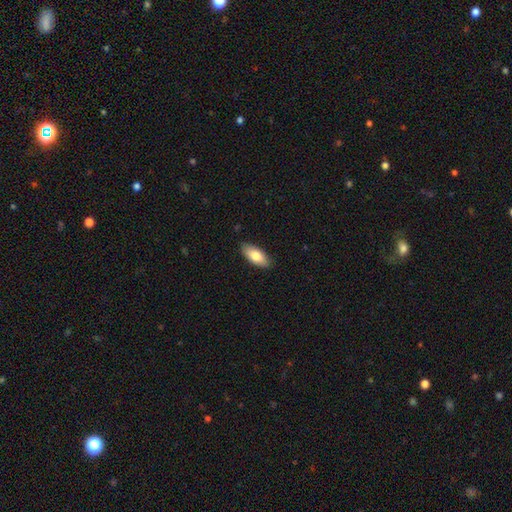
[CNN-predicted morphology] Smooth or featured?
  - smooth: 78% *
  - featured or disk: 16%
  - star or artifact: 6%
How rounded?
  - in between: 86% *
  - cigar-shaped: 12%
  - round: 2%
Merging?
  - none: 87% *
  - minor disturbance: 10%
  - major disturbance: 2%
  - merger: 1%